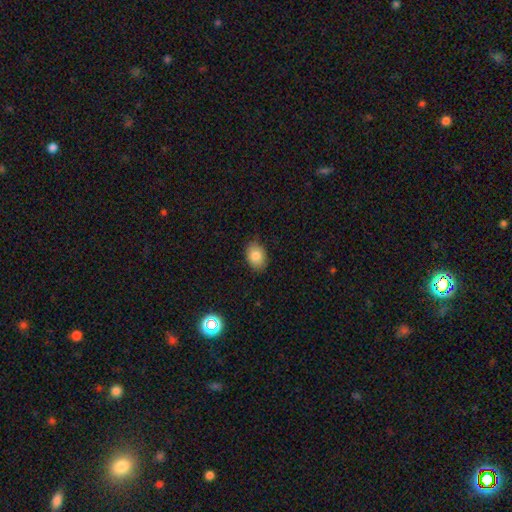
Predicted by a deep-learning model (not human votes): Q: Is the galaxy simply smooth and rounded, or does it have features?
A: smooth — 84%.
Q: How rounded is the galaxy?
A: in between — 80%.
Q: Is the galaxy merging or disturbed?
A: none — 84%.